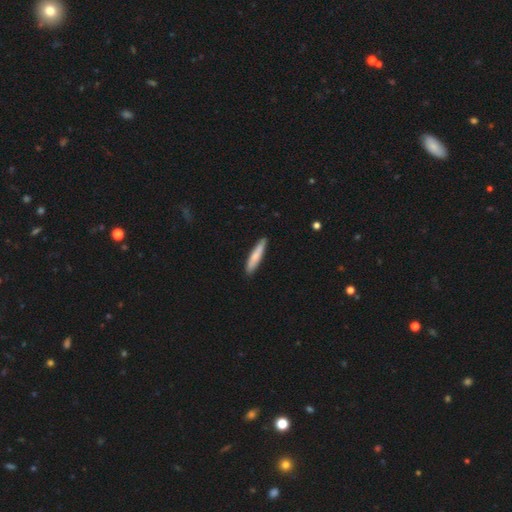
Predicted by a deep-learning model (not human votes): Smooth or featured? smooth (75%)
How rounded? cigar-shaped (90%)
Merging? none (88%)